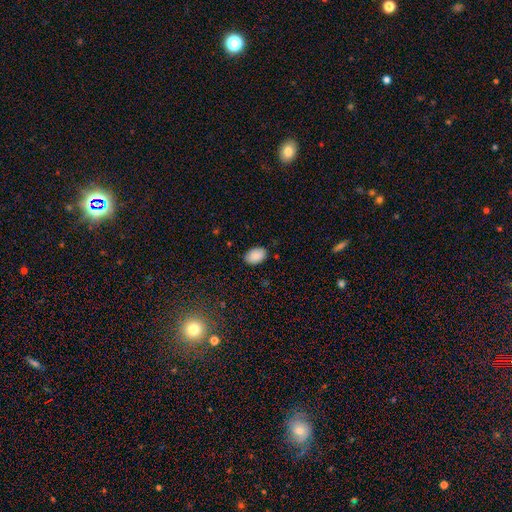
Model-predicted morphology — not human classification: A smooth galaxy with no disk features (89%) that is in between round and cigar-shaped (89%).

Vote fractions:
- Smooth or featured? smooth: 89% / star or artifact: 7% / featured or disk: 4%
- How rounded? in between: 89% / round: 10% / cigar-shaped: 1%
- Merging? none: 85% / minor disturbance: 11% / major disturbance: 2% / merger: 1%